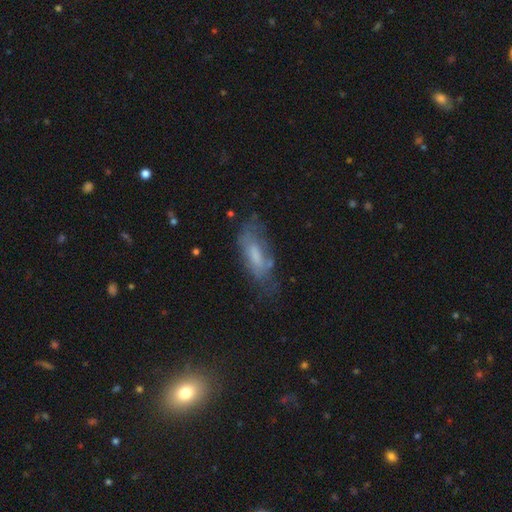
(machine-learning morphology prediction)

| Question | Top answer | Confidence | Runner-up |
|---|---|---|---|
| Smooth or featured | smooth | 52% | featured or disk (39%) |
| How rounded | in between | 68% | cigar-shaped (30%) |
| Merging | none | 53% | minor disturbance (27%) |